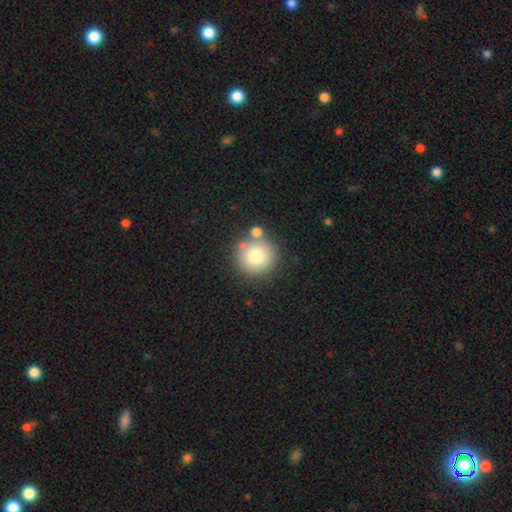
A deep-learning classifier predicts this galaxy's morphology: smooth_or_featured: smooth (p=0.79) [alt: featured or disk p=0.11]
how_rounded: round (p=0.94) [alt: in between p=0.06]
merging: none (p=0.75) [alt: merger p=0.11]